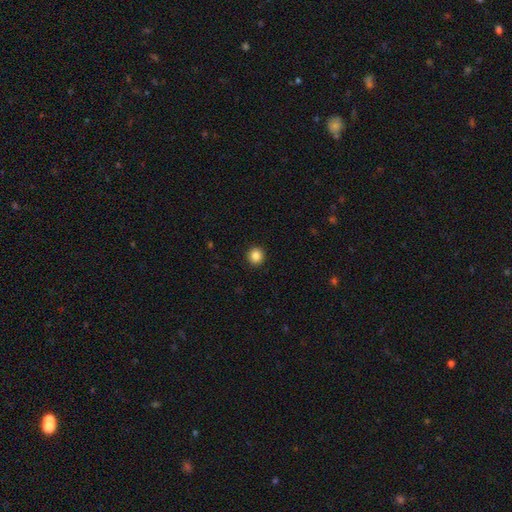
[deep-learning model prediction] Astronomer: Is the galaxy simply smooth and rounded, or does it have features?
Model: smooth — 86%.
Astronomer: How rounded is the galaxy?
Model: round — 93%.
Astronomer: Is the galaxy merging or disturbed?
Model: none — 93%.